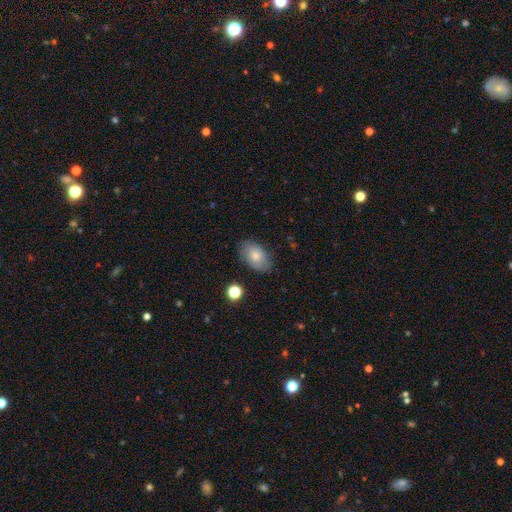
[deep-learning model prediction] This appears to be a smooth galaxy with no disk features (74%) that is in between round and cigar-shaped (88%). Merging: none (76%).